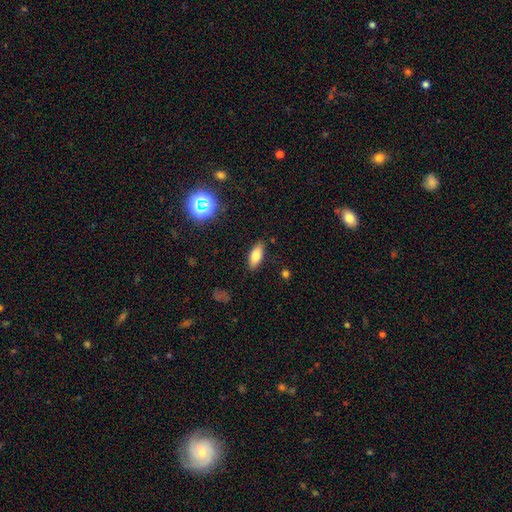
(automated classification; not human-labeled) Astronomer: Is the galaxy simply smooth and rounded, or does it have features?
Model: smooth — 75%.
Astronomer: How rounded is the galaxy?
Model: in between — 79%.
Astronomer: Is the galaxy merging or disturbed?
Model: none — 86%.